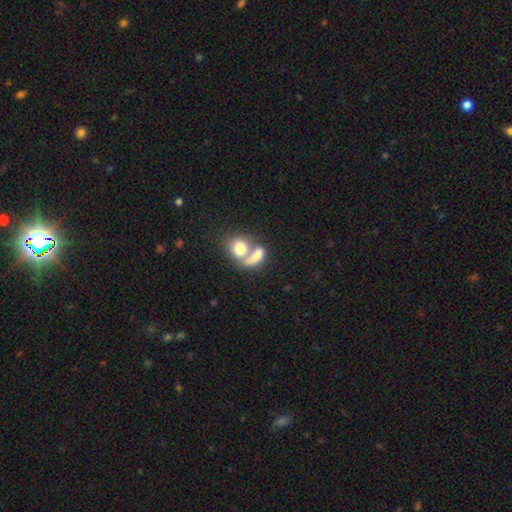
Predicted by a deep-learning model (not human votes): This appears to be a smooth galaxy with no disk features (74%) that is in between round and cigar-shaped (52%). Merging: merger (62%).